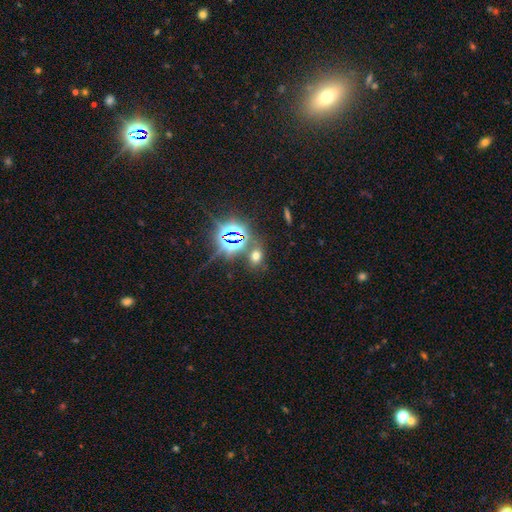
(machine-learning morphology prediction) The model was most divided on "smooth or featured": smooth: 50%, star or artifact: 40%, featured or disk: 9%. More confident: merging — none (76%); how rounded — in between (71%).